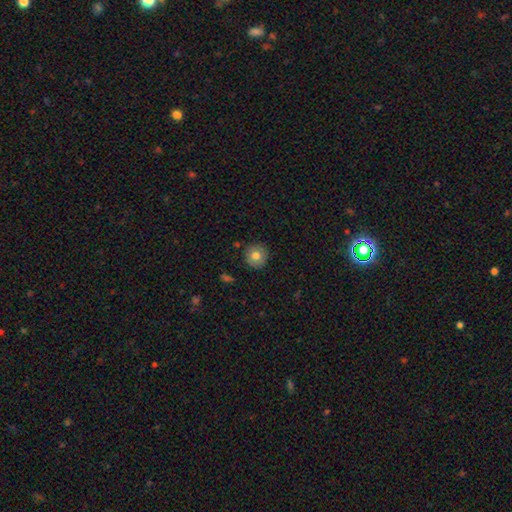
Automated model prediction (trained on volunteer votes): smooth-or-featured: smooth: 77% | featured or disk: 14% | star or artifact: 9%
  how-rounded: round: 93% | in between: 6% | cigar-shaped: 1%
  merging: none: 88% | minor disturbance: 8% | major disturbance: 2% | merger: 1%